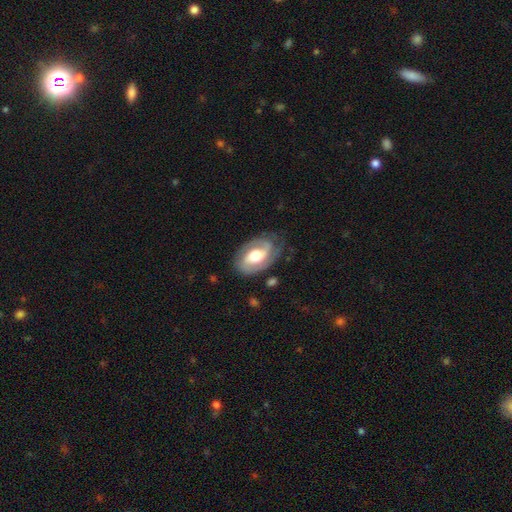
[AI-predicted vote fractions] This appears to be a featured or disk galaxy (79%) with no bar (38%, tied with weak), 2 (83%) medium (44%) spiral arms (90%) and a moderate central bulge (66%). Merging: none (72%).